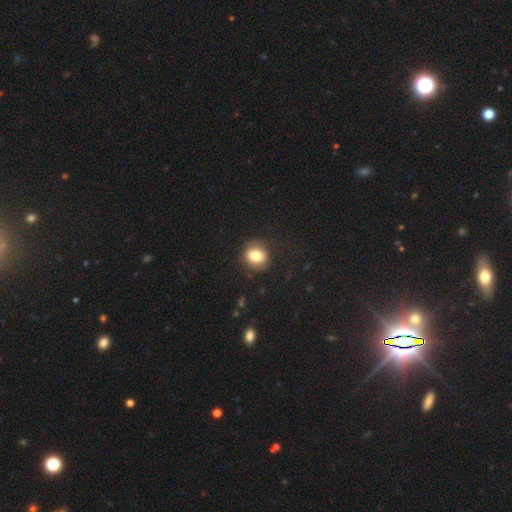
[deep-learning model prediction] Q: Smooth or featured?
A: smooth (79%); runner-up: featured or disk (12%)
Q: How rounded?
A: round (77%); runner-up: in between (22%)
Q: Merging?
A: none (81%); runner-up: minor disturbance (13%)